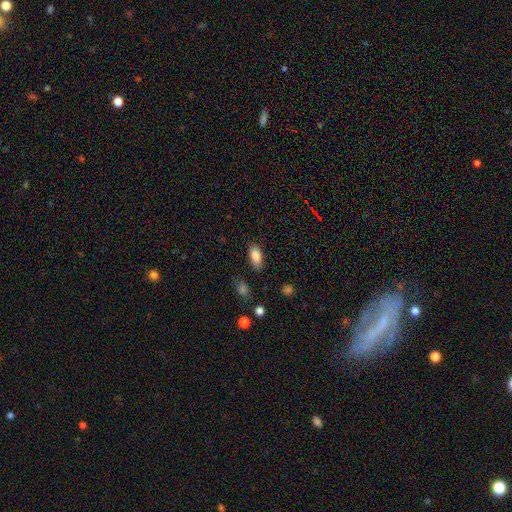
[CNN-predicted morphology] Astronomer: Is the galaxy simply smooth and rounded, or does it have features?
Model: smooth — 87%.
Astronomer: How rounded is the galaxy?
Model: in between — 90%.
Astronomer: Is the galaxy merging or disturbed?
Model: none — 77%.